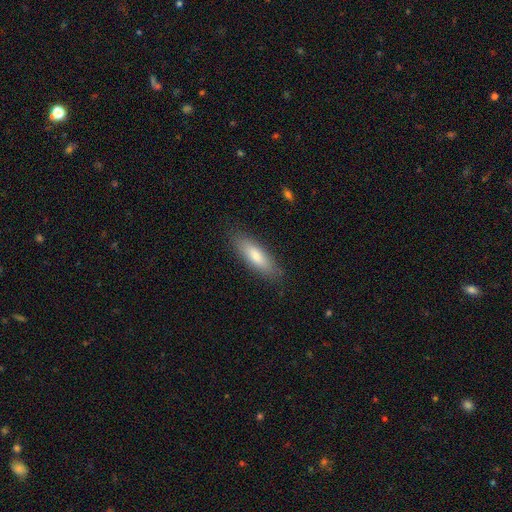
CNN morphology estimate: type=smooth (80%); roundness=in between (49%, tied with cigar-shaped); merging=none (84%).